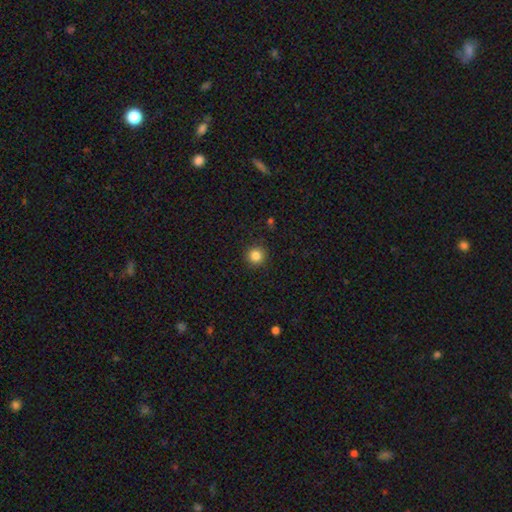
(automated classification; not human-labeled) smooth-or-featured: smooth: 85% | star or artifact: 11% | featured or disk: 4%
  how-rounded: round: 94% | in between: 5% | cigar-shaped: 1%
  merging: none: 91% | minor disturbance: 6% | major disturbance: 2% | merger: 1%